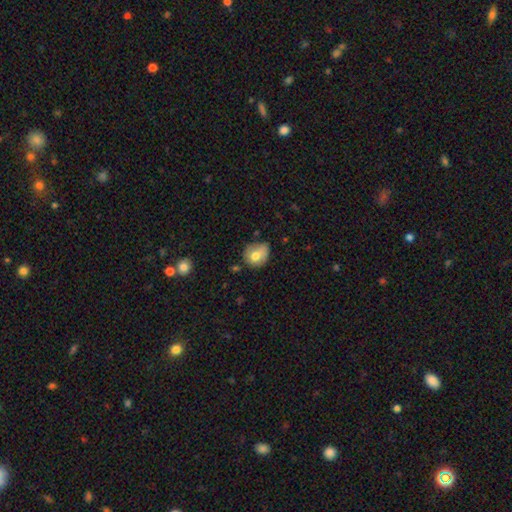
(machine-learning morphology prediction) smooth_or_featured: smooth (p=0.73) [alt: featured or disk p=0.18]
how_rounded: round (p=0.71) [alt: in between p=0.28]
merging: none (p=0.50) [alt: minor disturbance p=0.34]